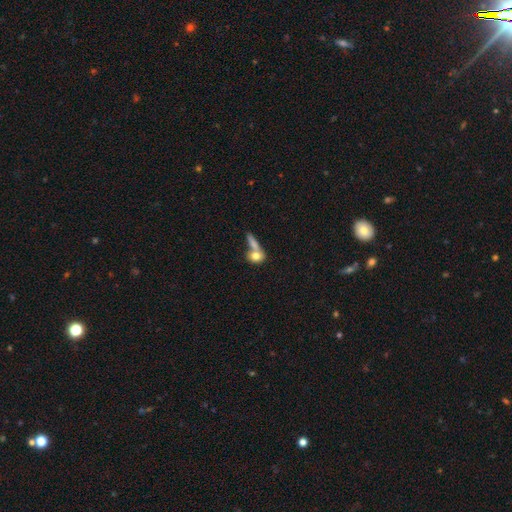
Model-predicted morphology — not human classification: Smooth or featured? Predicted: smooth (p=0.75). How rounded? Predicted: in between (p=0.49). Merging? Predicted: merger (p=0.51).